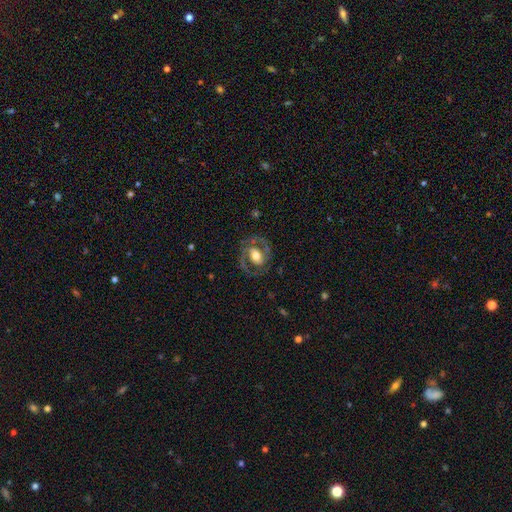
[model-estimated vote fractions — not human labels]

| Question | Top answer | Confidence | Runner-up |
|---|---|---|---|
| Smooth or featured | featured or disk | 76% | smooth (18%) |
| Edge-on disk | no | 96% | yes (4%) |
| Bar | no | 44% | weak (35%) |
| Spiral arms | yes | 82% | no (18%) |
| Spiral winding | medium | 53% | tight (31%) |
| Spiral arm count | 2 | 87% | can't tell (5%) |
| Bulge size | moderate | 60% | large (27%) |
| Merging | none | 77% | minor disturbance (13%) |